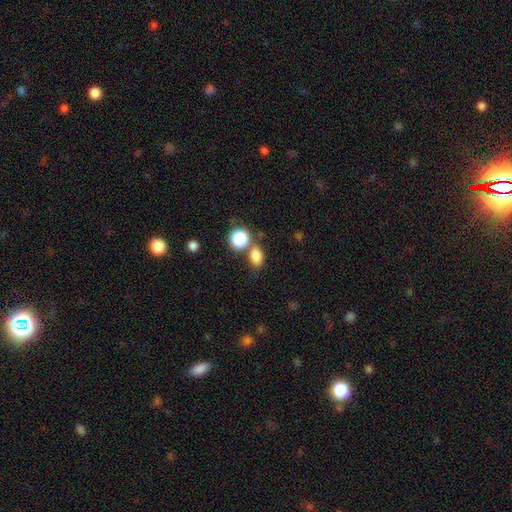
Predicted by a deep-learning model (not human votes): smooth 81%, star or artifact 13%, featured or disk 6%. Down the decision tree: how rounded — in between (72%); merging — none (62%).